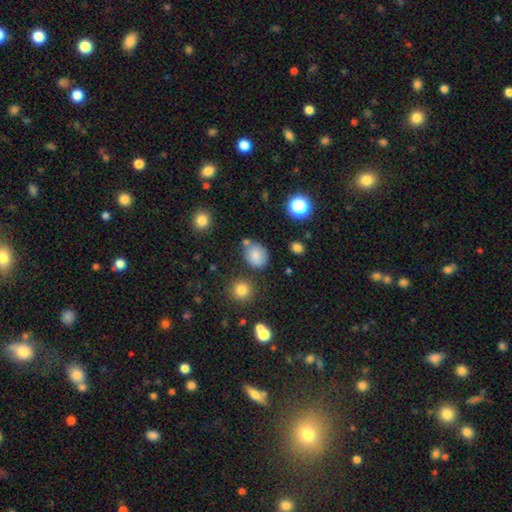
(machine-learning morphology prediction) Overall: smooth (78%). How rounded: round (53%; in between 46%). Merging: none (70%).